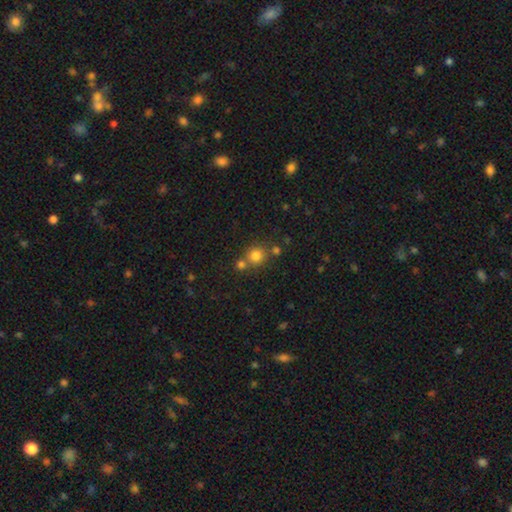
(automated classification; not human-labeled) Smooth or featured: smooth — 79% (star or artifact — 14%)
How rounded: round — 88% (in between — 11%)
Merging: none — 63% (merger — 25%)